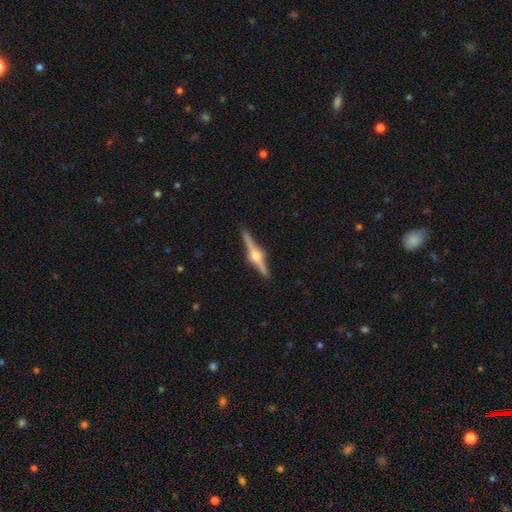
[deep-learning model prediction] Morphology: type=featured or disk (85%); edge-on=yes (98%); edge-on bulge=rounded (95%); merging=none (91%).